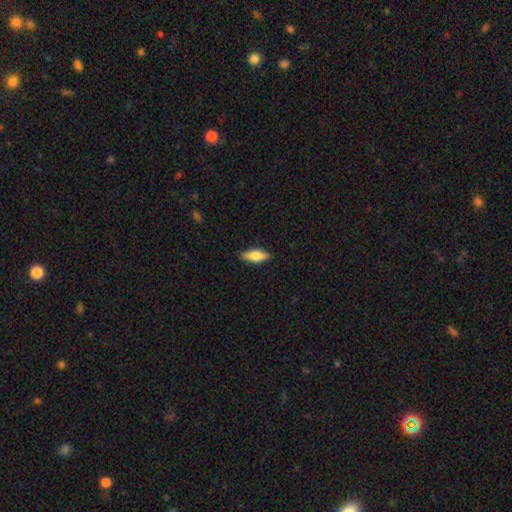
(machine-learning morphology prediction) The model was most divided on "how rounded": in between: 65%, cigar-shaped: 32%, round: 3%. More confident: merging — none (87%); smooth or featured — smooth (68%).